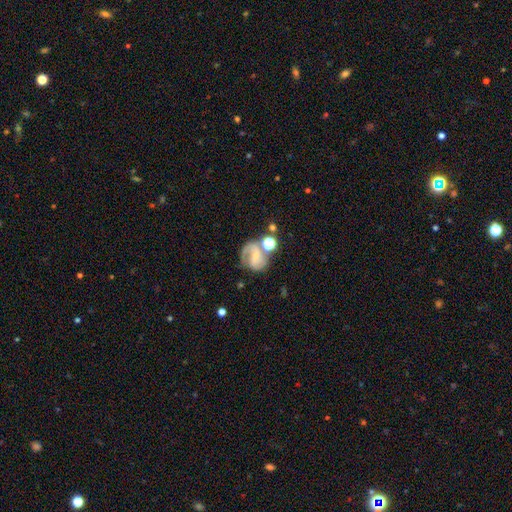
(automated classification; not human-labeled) smooth_or_featured: featured or disk (p=0.65) [alt: smooth p=0.24]
disk_edge_on: no (p=0.98) [alt: yes p=0.02]
bar: weak (p=0.41) [tied with: no p=0.41]
has_spiral_arms: yes (p=0.89) [alt: no p=0.11]
spiral_winding: medium (p=0.47) [alt: loose p=0.27]
spiral_arm_count: 2 (p=0.65) [alt: 1 p=0.20]
bulge_size: small (p=0.56) [alt: none p=0.21]
merging: none (p=0.45) [alt: minor disturbance p=0.19]